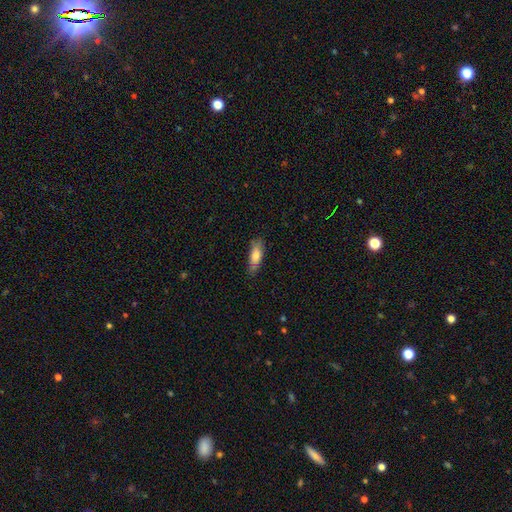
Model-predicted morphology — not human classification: A smooth galaxy with no disk features (75%) that is in between round and cigar-shaped (60%). Merging: none (76%).